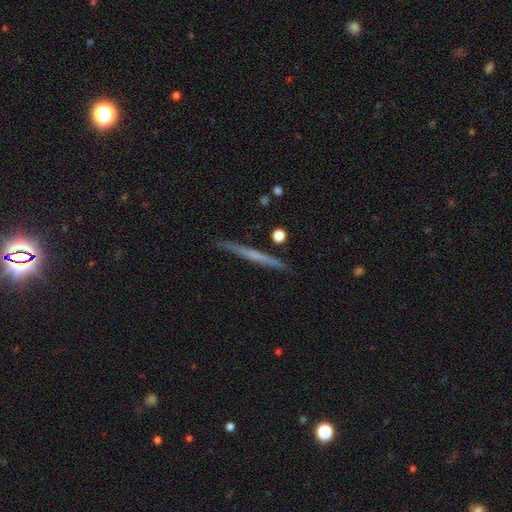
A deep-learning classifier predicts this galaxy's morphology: Overall: featured or disk (55%; smooth 39%). Edge-on disk: yes (97%). Edge-on bulge: none (80%). Merging: none (90%).